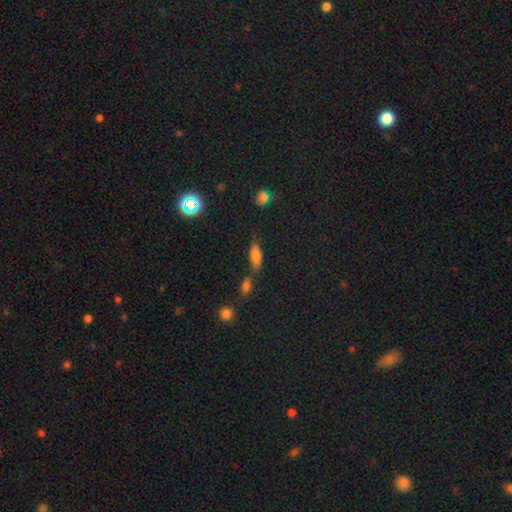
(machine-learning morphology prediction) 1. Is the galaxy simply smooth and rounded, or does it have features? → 72% smooth, 15% featured or disk, 13% star or artifact.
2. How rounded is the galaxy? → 73% in between, 23% cigar-shaped, 4% round.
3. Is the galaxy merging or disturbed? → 50% none, 23% merger, 19% minor disturbance, 8% major disturbance.